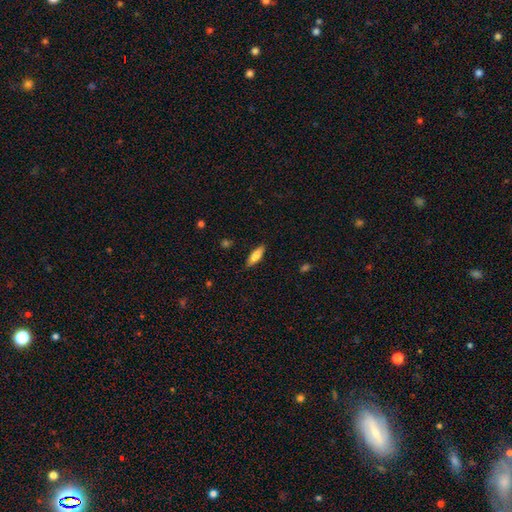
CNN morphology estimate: The model was most divided on "how rounded": in between: 57%, cigar-shaped: 41%, round: 2%. More confident: merging — none (84%); smooth or featured — smooth (77%).